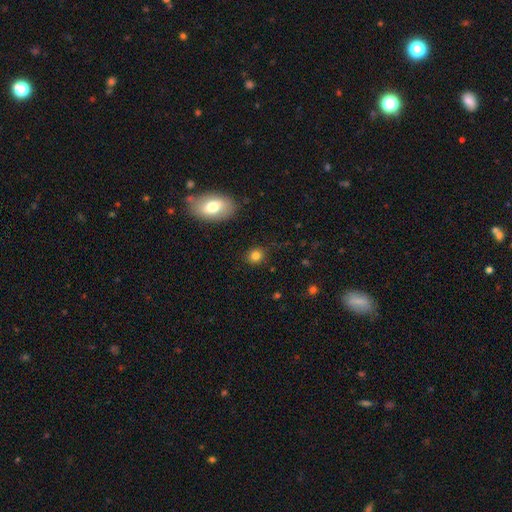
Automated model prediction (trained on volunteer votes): Smooth or featured? smooth (81%)
How rounded? round (75%)
Merging? none (86%)